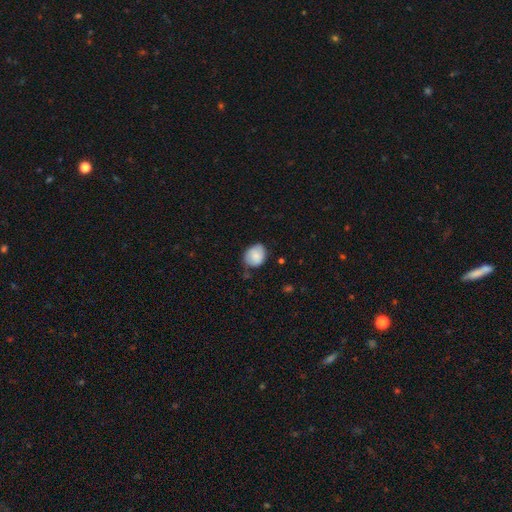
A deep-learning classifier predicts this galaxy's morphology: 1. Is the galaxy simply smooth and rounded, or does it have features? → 83% smooth, 10% featured or disk, 7% star or artifact.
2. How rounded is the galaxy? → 52% round, 47% in between, 1% cigar-shaped.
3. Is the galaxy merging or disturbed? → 65% none, 28% minor disturbance, 5% major disturbance, 2% merger.